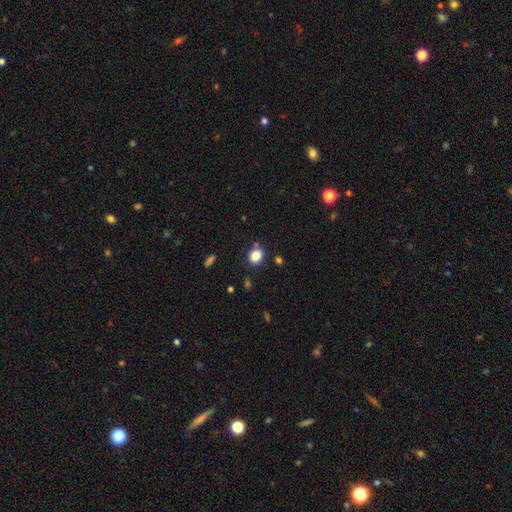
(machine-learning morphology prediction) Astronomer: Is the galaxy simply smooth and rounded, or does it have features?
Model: smooth — 84%.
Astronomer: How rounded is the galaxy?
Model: round — 65%.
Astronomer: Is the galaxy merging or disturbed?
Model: none — 81%.